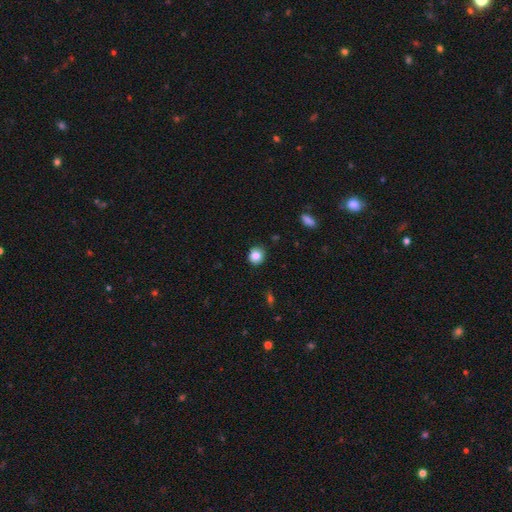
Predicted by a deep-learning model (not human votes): smooth_or_featured: smooth (p=0.84) [alt: star or artifact p=0.10]
how_rounded: round (p=0.84) [alt: in between p=0.15]
merging: none (p=0.87) [alt: minor disturbance p=0.10]